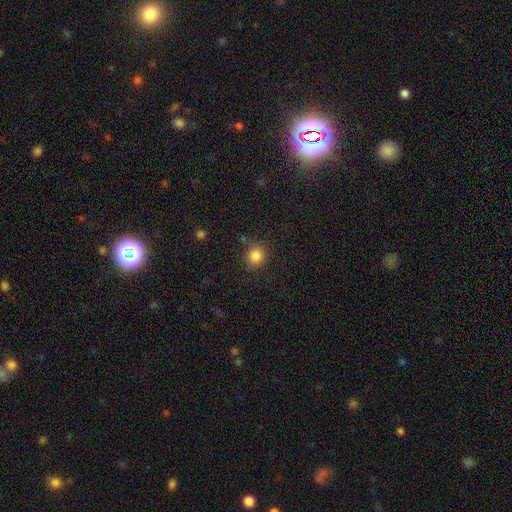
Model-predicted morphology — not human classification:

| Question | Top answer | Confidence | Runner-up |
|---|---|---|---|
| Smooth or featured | smooth | 85% | star or artifact (11%) |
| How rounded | round | 86% | in between (13%) |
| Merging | none | 81% | minor disturbance (12%) |